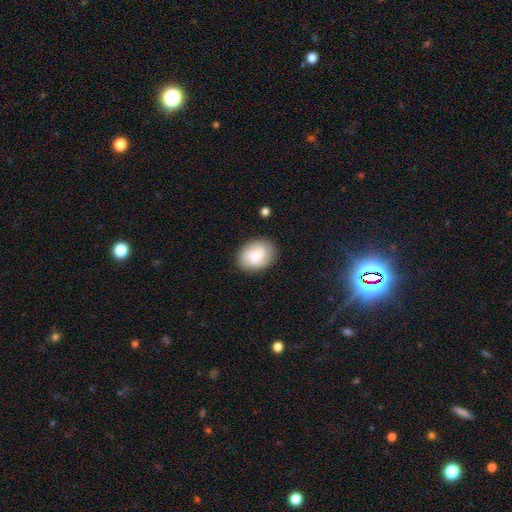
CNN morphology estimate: This appears to be a featured or disk galaxy (46%, tied with smooth). Merging: none (83%).